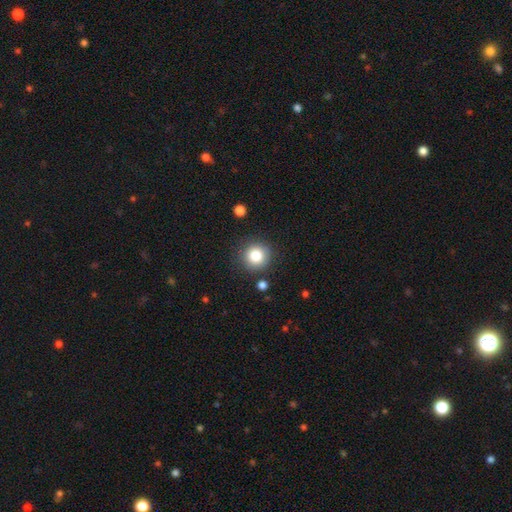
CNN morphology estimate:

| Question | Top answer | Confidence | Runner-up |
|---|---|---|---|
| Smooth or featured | smooth | 83% | star or artifact (10%) |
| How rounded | round | 93% | in between (6%) |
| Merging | none | 86% | minor disturbance (8%) |